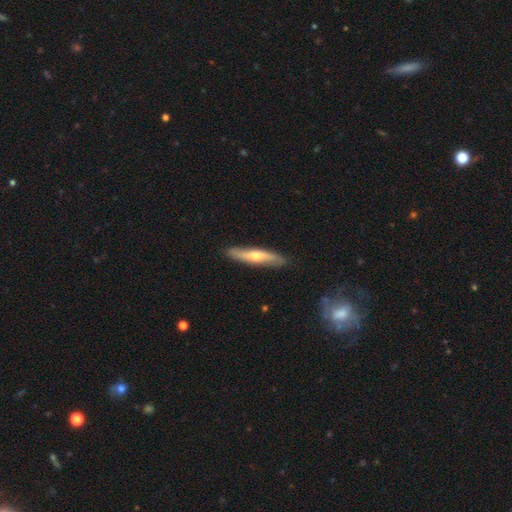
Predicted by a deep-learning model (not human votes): Smooth or featured? Predicted: featured or disk (p=0.52). Edge-on disk? Predicted: yes (p=0.74). Merging? Predicted: none (p=0.85).